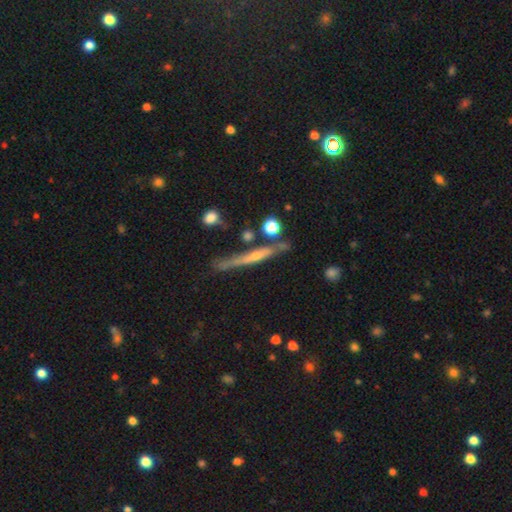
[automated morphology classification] Smooth or featured: featured or disk — 63% (smooth — 26%)
Edge-on disk: yes — 95% (no — 5%)
Edge-on bulge: rounded — 53% (none — 40%)
Merging: none — 81% (minor disturbance — 12%)